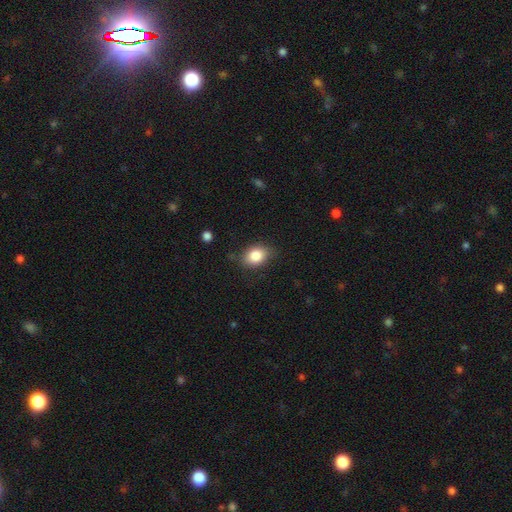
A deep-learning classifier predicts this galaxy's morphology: This is clearly a smooth galaxy (84%). How rounded: likely in between (68%). Merging: likely none (78%).